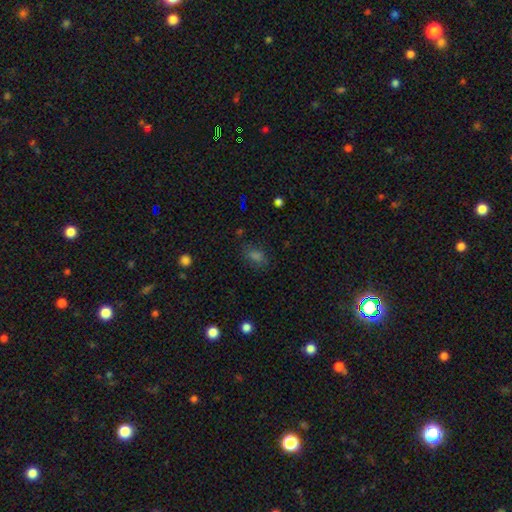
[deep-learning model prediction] Smooth or featured? smooth (63%)
How rounded? in between (74%)
Merging? none (77%)